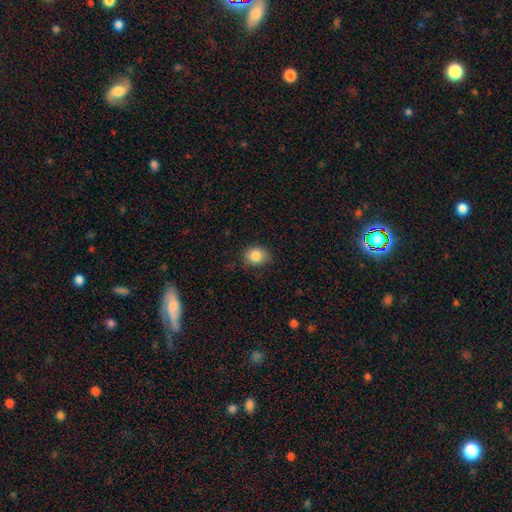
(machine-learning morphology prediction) The model was most divided on "how rounded": round: 52%, in between: 47%, cigar-shaped: 1%. More confident: smooth or featured — smooth (84%); merging — none (80%).